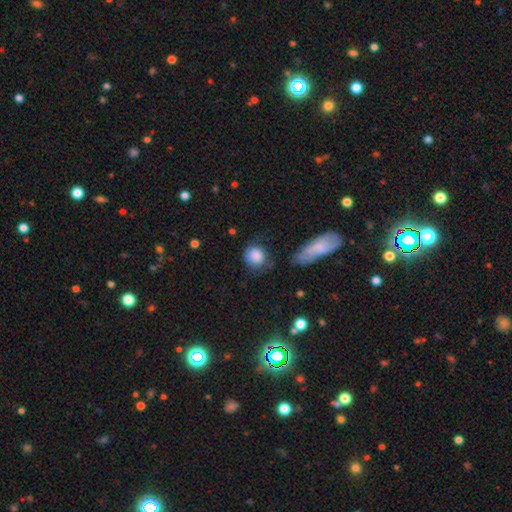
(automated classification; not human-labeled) This appears to be a smooth galaxy with no disk features (78%) that is round (77%). Merging: none (53%).